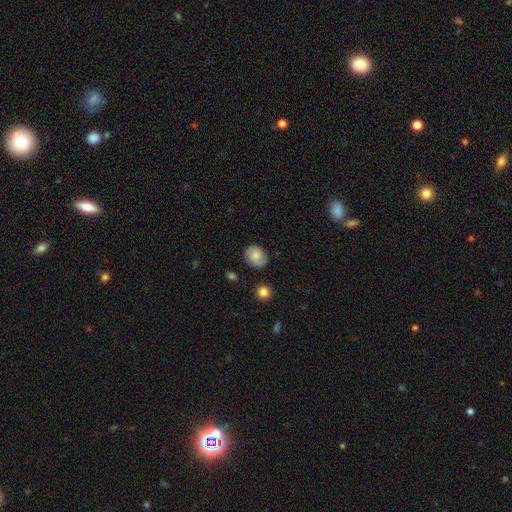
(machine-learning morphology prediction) smooth_or_featured: smooth (p=0.57) [alt: featured or disk p=0.35]
how_rounded: round (p=0.56) [alt: in between p=0.43]
merging: none (p=0.78) [alt: minor disturbance p=0.16]